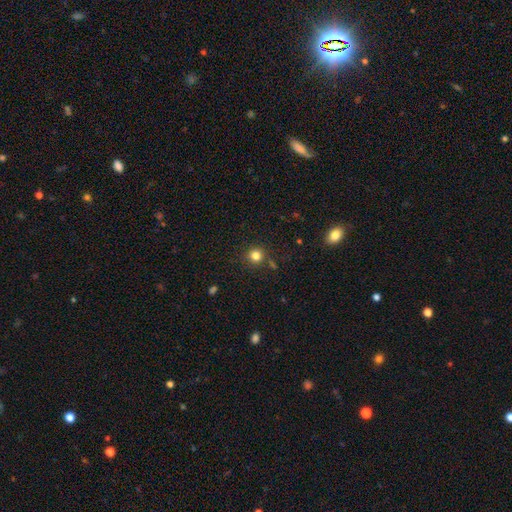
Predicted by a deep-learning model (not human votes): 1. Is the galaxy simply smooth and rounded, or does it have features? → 81% smooth, 14% star or artifact, 5% featured or disk.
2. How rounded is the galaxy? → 92% round, 7% in between, 1% cigar-shaped.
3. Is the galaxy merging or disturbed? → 84% none, 9% minor disturbance, 5% merger, 3% major disturbance.